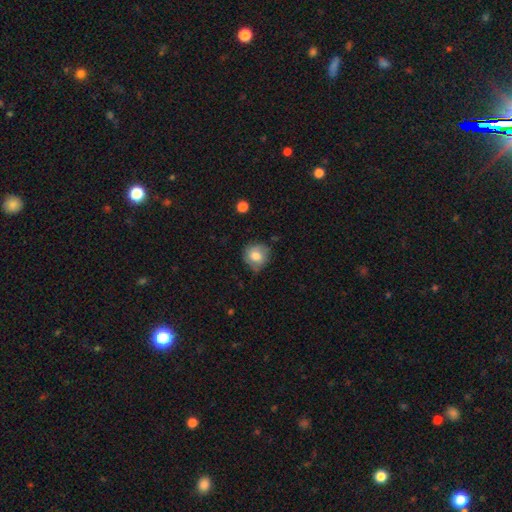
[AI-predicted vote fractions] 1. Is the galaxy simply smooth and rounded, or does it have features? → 78% smooth, 13% featured or disk, 9% star or artifact.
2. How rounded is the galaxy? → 83% round, 16% in between, 1% cigar-shaped.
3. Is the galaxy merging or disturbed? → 66% none, 26% minor disturbance, 6% major disturbance, 2% merger.